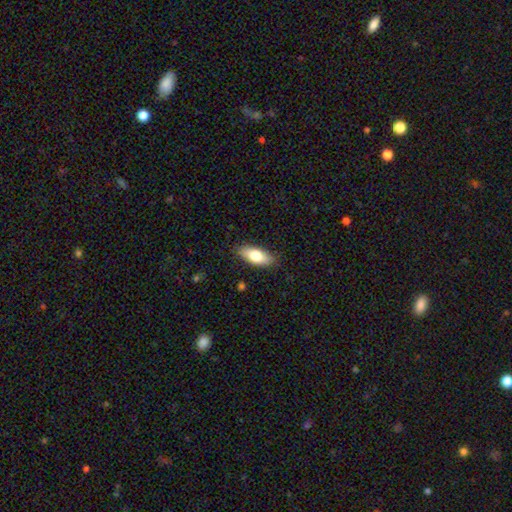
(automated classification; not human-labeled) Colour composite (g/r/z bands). It shows a smooth galaxy with no disk features (74%) that is in between round and cigar-shaped (81%). Merging: none (85%).